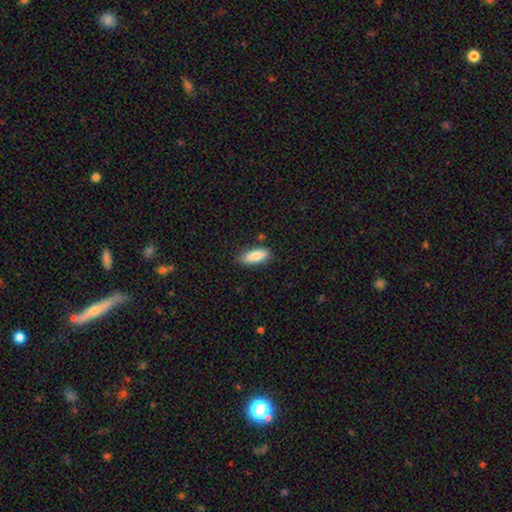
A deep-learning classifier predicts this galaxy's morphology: The model was most divided on "how rounded": in between: 71%, cigar-shaped: 27%, round: 2%. More confident: smooth or featured — smooth (85%); merging — none (83%).